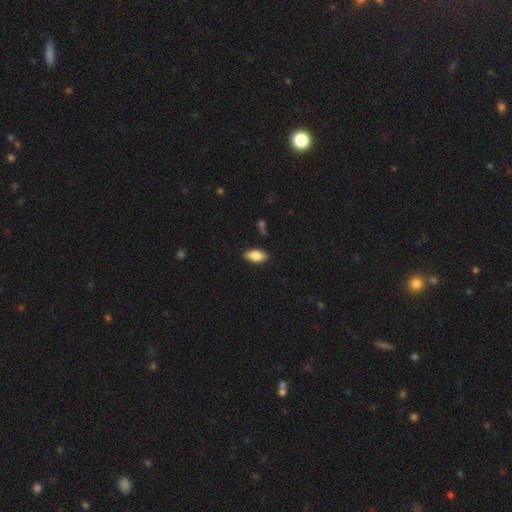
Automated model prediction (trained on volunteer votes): smooth 84%, featured or disk 9%, star or artifact 7%. Down the decision tree: how rounded — in between (92%); merging — none (86%).